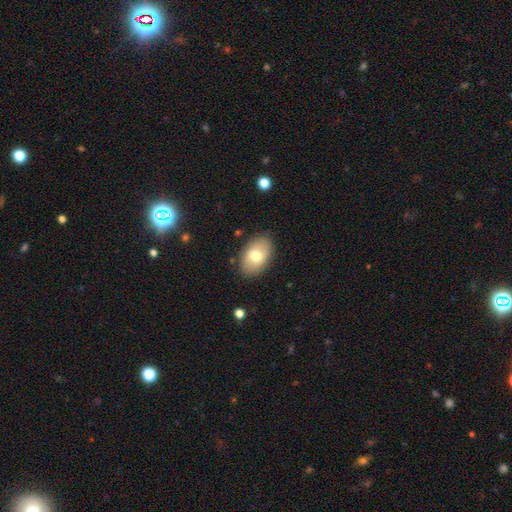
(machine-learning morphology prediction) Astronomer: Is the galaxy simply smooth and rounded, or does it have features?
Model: smooth — 72%.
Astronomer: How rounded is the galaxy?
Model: in between — 91%.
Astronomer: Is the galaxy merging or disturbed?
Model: none — 85%.